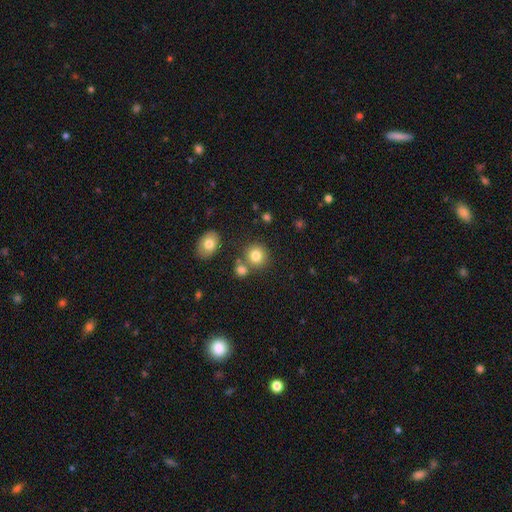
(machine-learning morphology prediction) smooth_or_featured: smooth (p=0.81) [alt: star or artifact p=0.12]
how_rounded: round (p=0.85) [alt: in between p=0.14]
merging: none (p=0.72) [alt: merger p=0.16]